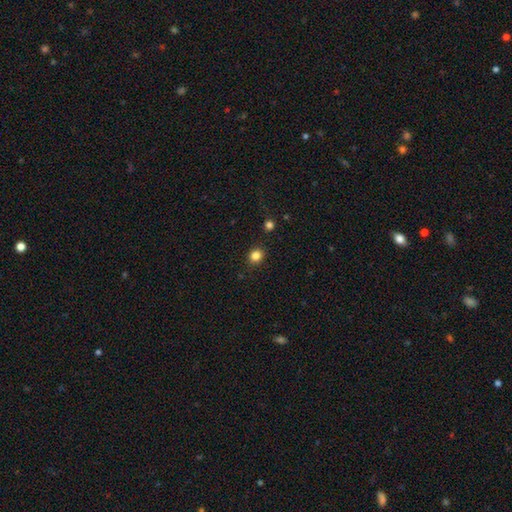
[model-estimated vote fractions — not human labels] This appears to be a smooth galaxy with no disk features (84%) that is round (74%). Merging: none (89%).